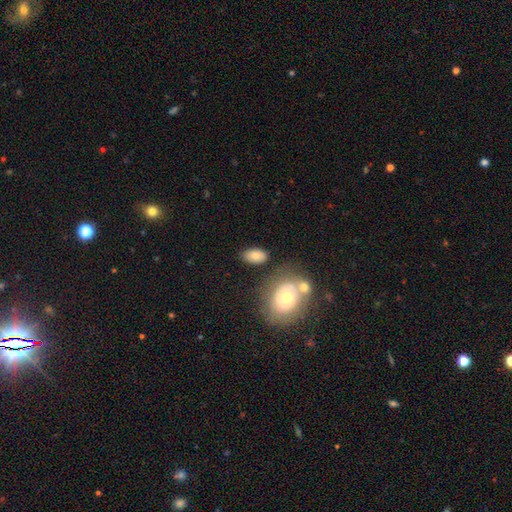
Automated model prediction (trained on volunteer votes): Overall: smooth (76%). How rounded: in between (90%). Merging: none (71%).